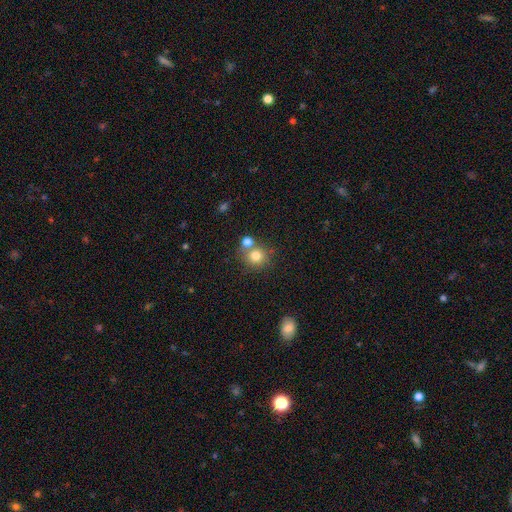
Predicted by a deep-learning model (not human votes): The model was most divided on "merging": none: 60%, merger: 29%, minor disturbance: 9%, major disturbance: 3%. More confident: how rounded — round (88%); smooth or featured — smooth (78%).